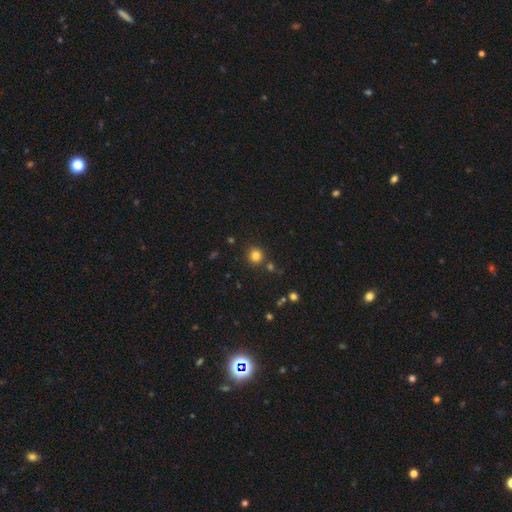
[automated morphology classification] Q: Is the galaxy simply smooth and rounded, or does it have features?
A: smooth — 81%.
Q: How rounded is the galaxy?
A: round — 92%.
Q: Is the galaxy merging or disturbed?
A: none — 83%.